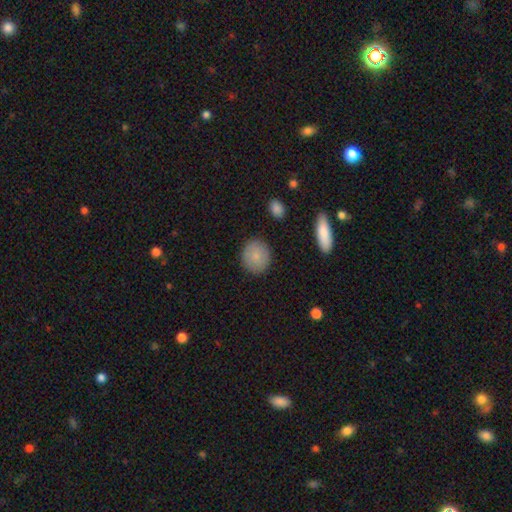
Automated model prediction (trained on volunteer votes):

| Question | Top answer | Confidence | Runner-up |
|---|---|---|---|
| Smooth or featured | smooth | 83% | featured or disk (11%) |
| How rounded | round | 81% | in between (18%) |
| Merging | none | 88% | minor disturbance (8%) |